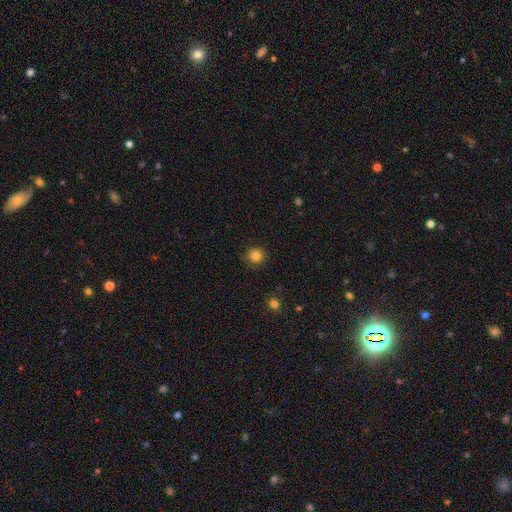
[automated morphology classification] Smooth or featured: smooth — 84% (star or artifact — 12%)
How rounded: round — 92% (in between — 7%)
Merging: none — 85% (minor disturbance — 11%)